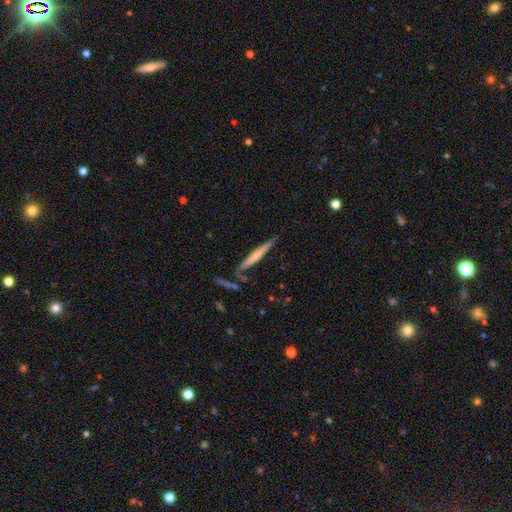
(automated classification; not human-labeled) A smooth galaxy with no disk features (48%).

Vote fractions:
- Smooth or featured? smooth: 48% / featured or disk: 46% / star or artifact: 6%
- Merging? none: 76% / minor disturbance: 14% / merger: 7% / major disturbance: 3%